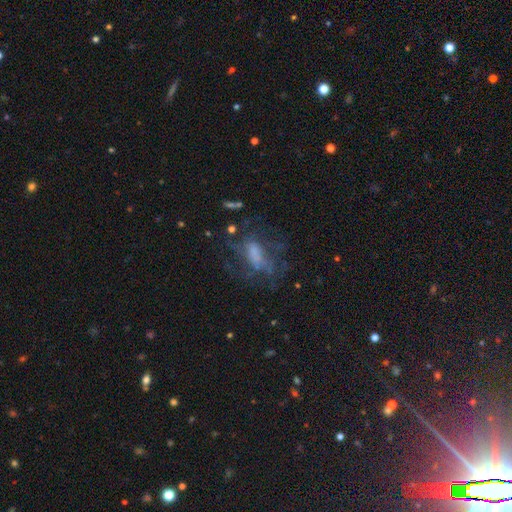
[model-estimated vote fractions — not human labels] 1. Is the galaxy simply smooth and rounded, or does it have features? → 51% featured or disk, 32% smooth, 17% star or artifact.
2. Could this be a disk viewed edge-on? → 92% no, 8% yes.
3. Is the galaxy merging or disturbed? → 49% none, 29% major disturbance, 19% minor disturbance, 3% merger.